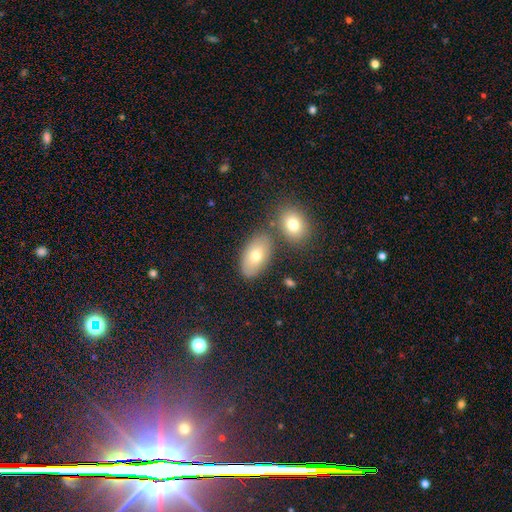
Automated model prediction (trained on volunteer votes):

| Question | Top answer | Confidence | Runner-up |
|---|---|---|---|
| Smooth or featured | smooth | 69% | featured or disk (19%) |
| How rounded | in between | 91% | round (7%) |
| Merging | none | 74% | merger (12%) |